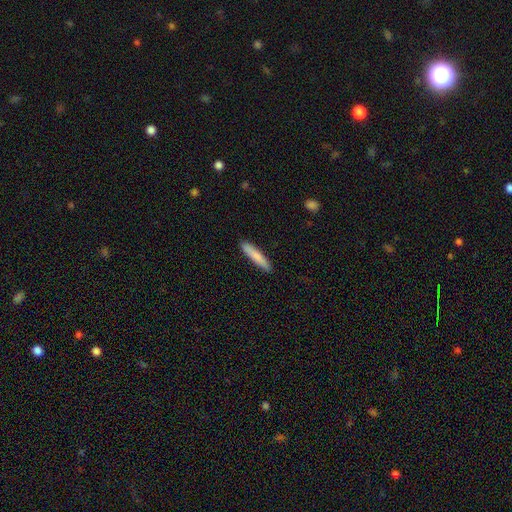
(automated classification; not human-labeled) A smooth galaxy with no disk features (81%) that is cigar-shaped (90%).

Vote fractions:
- Smooth or featured? smooth: 81% / featured or disk: 14% / star or artifact: 5%
- How rounded? cigar-shaped: 90% / in between: 9% / round: 1%
- Merging? none: 90% / minor disturbance: 8% / major disturbance: 2% / merger: 1%